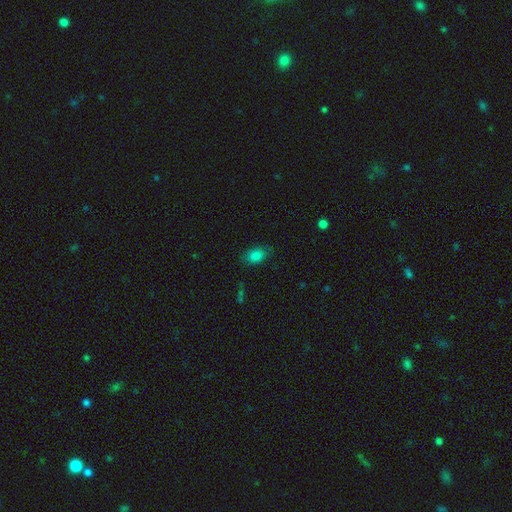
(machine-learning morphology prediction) The model was most divided on "merging": none: 79%, minor disturbance: 15%, major disturbance: 4%, merger: 1%. More confident: how rounded — in between (85%); smooth or featured — smooth (84%).